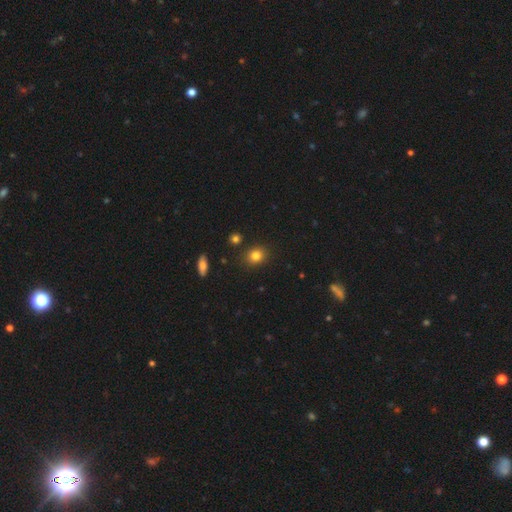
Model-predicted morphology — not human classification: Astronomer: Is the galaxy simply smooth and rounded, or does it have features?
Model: smooth — 82%.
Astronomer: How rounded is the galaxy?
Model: round — 69%.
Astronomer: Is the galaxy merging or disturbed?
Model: none — 88%.